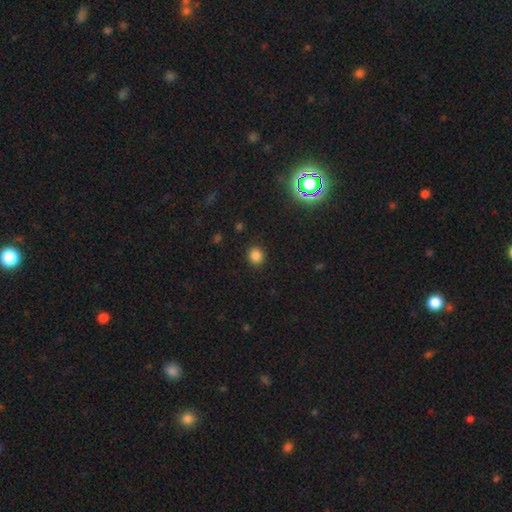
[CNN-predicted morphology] Smooth or featured?
  - smooth: 83% *
  - star or artifact: 13%
  - featured or disk: 4%
How rounded?
  - round: 86% *
  - in between: 13%
  - cigar-shaped: 1%
Merging?
  - none: 90% *
  - minor disturbance: 6%
  - major disturbance: 2%
  - merger: 1%